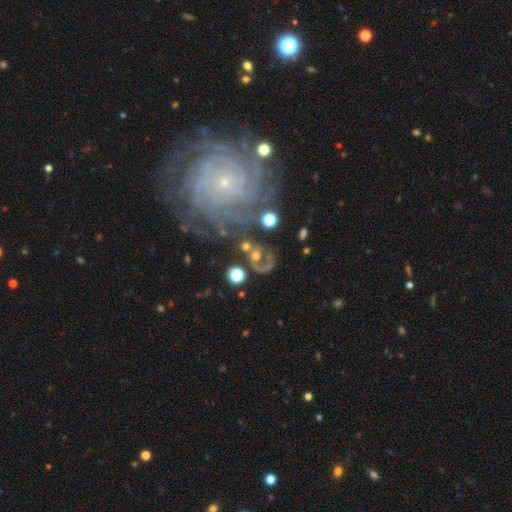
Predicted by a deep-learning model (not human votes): Q: Smooth or featured?
A: featured or disk (54%); runner-up: smooth (32%)
Q: Edge-on disk?
A: no (96%); runner-up: yes (4%)
Q: Bar?
A: no (72%); runner-up: weak (20%)
Q: Spiral arms?
A: yes (71%); runner-up: no (29%)
Q: Bulge size?
A: small (43%); runner-up: moderate (34%)
Q: Merging?
A: none (50%); runner-up: major disturbance (19%)